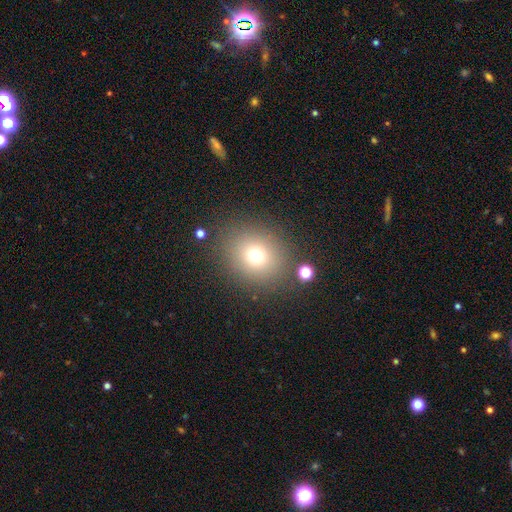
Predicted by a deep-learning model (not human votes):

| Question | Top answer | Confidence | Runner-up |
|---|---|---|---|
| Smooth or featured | smooth | 72% | star or artifact (18%) |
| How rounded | round | 77% | in between (23%) |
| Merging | none | 84% | minor disturbance (8%) |